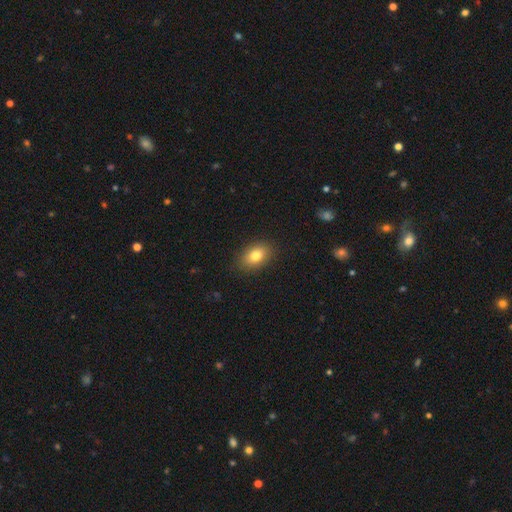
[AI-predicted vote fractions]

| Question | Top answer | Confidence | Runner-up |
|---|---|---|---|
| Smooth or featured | smooth | 81% | featured or disk (10%) |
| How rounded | in between | 84% | round (14%) |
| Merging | none | 88% | minor disturbance (9%) |